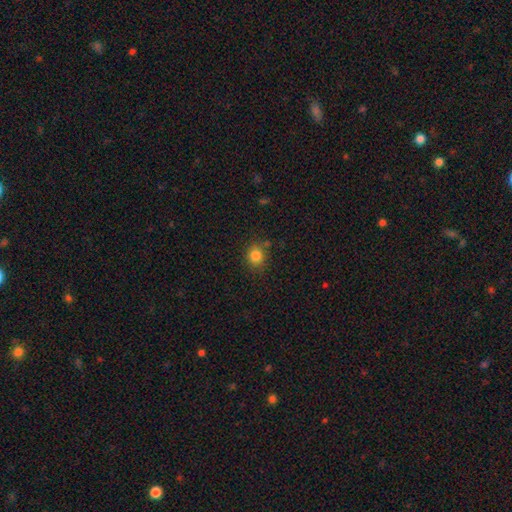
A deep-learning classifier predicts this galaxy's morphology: A smooth galaxy with no disk features (83%) that is round (82%). Merging: none (79%).